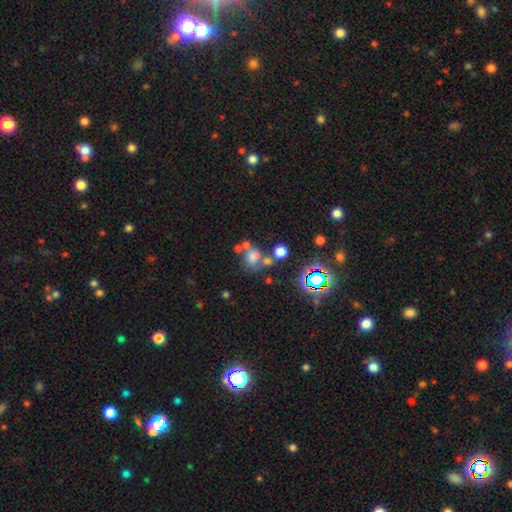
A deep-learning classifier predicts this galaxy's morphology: A smooth galaxy with no disk features (57%) that is round (66%). Merging: none (44%).